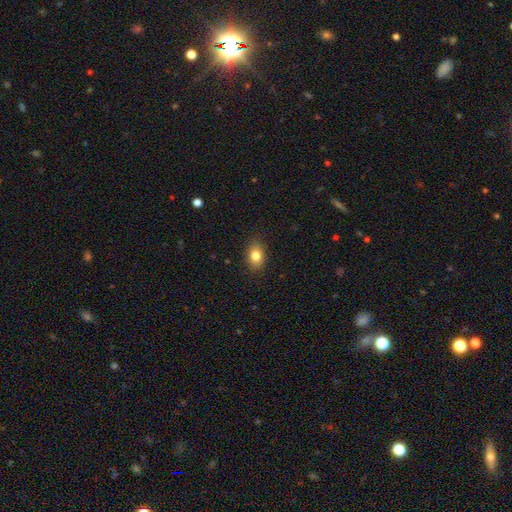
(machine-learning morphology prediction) Smooth or featured?
  - smooth: 83% *
  - star or artifact: 9%
  - featured or disk: 8%
How rounded?
  - in between: 71% *
  - round: 28%
  - cigar-shaped: 1%
Merging?
  - none: 87% *
  - minor disturbance: 10%
  - major disturbance: 2%
  - merger: 1%